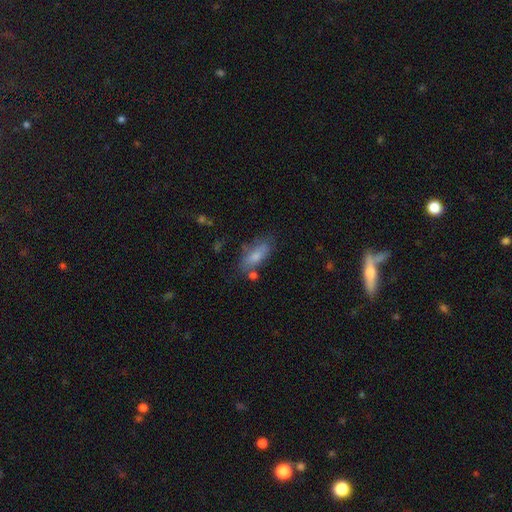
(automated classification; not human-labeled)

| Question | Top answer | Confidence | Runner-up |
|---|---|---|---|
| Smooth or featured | smooth | 73% | featured or disk (19%) |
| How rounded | in between | 74% | cigar-shaped (23%) |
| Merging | none | 61% | minor disturbance (22%) |